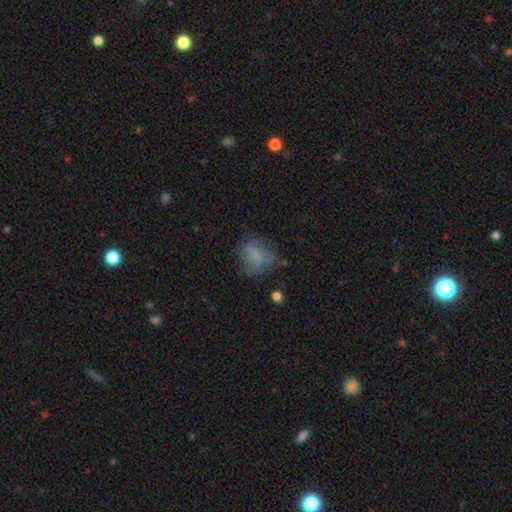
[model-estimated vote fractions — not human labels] Morphology: type=smooth (72%); roundness=round (65%); merging=none (59%).